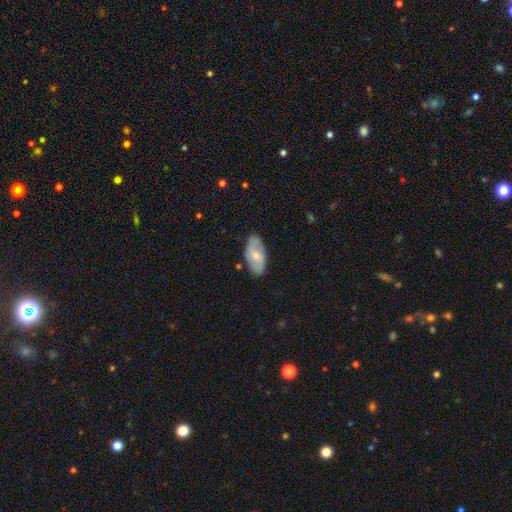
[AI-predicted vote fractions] Smooth or featured? Predicted: smooth (p=0.55). How rounded? Predicted: in between (p=0.93). Merging? Predicted: none (p=0.79).